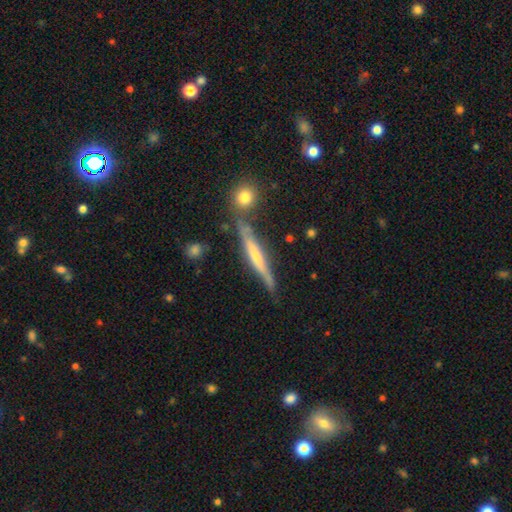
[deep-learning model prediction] Smooth or featured: featured or disk — 75% (smooth — 18%)
Edge-on disk: yes — 97% (no — 3%)
Edge-on bulge: rounded — 65% (none — 23%)
Merging: none — 80% (minor disturbance — 11%)